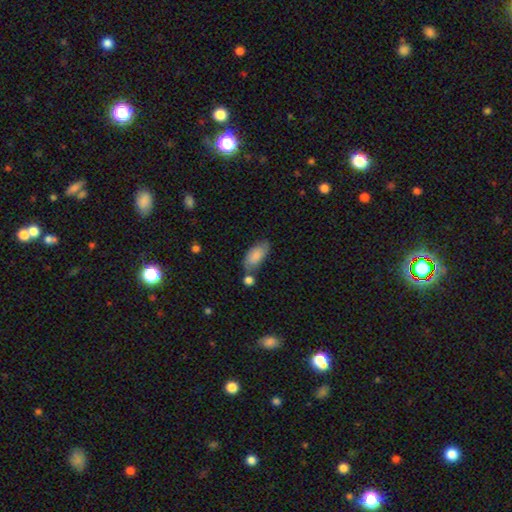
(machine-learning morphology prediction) Smooth or featured? smooth (79%)
How rounded? in between (91%)
Merging? none (57%)